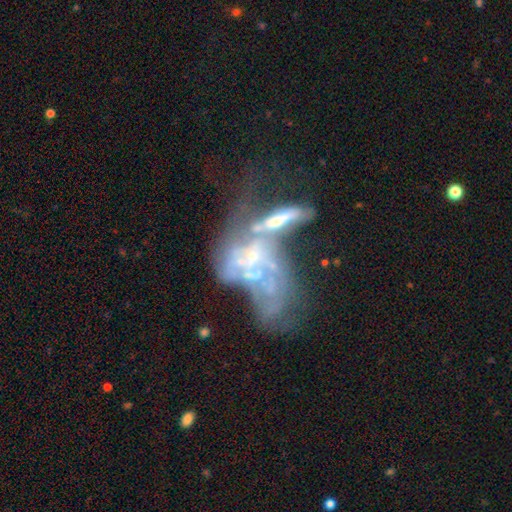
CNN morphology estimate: Smooth or featured?
  - featured or disk: 69% *
  - smooth: 16%
  - star or artifact: 14%
Edge-on disk?
  - no: 90% *
  - yes: 10%
Bar?
  - no: 79% *
  - weak: 15%
  - strong: 6%
Spiral arms?
  - no: 54% *
  - yes: 46%
Bulge size?
  - small: 48% *
  - moderate: 25%
  - none: 22%
  - large: 3%
  - dominant: 2%
Merging?
  - merger: 59% *
  - major disturbance: 22%
  - none: 11%
  - minor disturbance: 8%